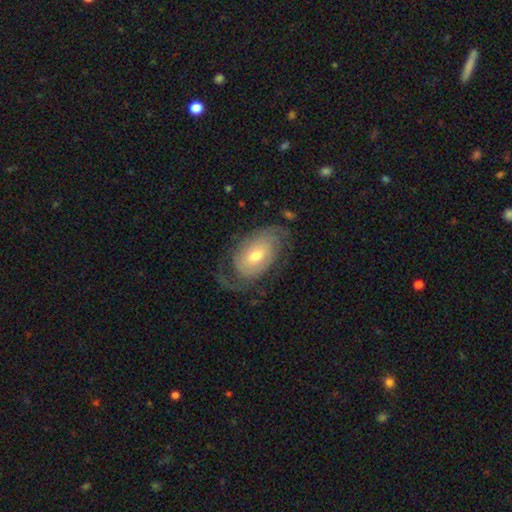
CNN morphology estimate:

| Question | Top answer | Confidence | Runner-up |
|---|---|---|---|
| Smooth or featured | featured or disk | 78% | smooth (16%) |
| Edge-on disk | no | 95% | yes (5%) |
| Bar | no | 57% | weak (34%) |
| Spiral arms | yes | 93% | no (7%) |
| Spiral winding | tight | 41% | medium (37%) |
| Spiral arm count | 2 | 64% | can't tell (18%) |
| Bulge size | moderate | 56% | small (38%) |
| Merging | none | 65% | minor disturbance (18%) |